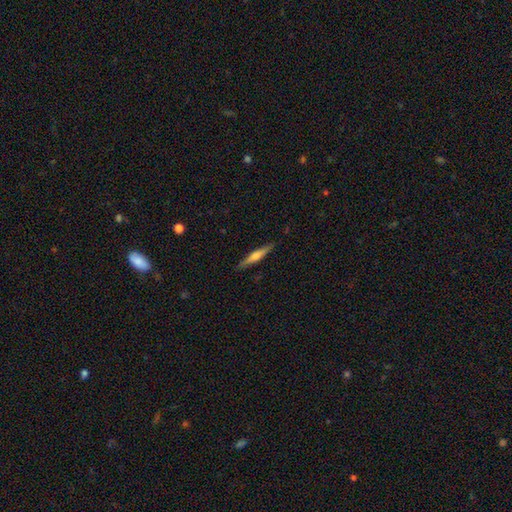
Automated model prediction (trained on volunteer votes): smooth_or_featured: featured or disk (p=0.50) [alt: smooth p=0.44]
disk_edge_on: yes (p=0.96) [alt: no p=0.04]
merging: none (p=0.89) [alt: minor disturbance p=0.08]